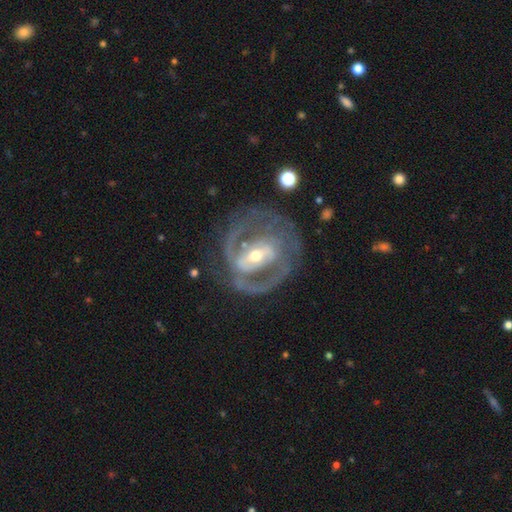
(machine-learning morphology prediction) smooth_or_featured: featured or disk (p=0.85) [alt: smooth p=0.09]
disk_edge_on: no (p=0.95) [alt: yes p=0.05]
bar: strong (p=0.51) [alt: weak p=0.31]
has_spiral_arms: yes (p=0.78) [alt: no p=0.22]
spiral_winding: tight (p=0.47) [alt: medium p=0.39]
spiral_arm_count: 2 (p=0.60) [alt: can't tell p=0.19]
bulge_size: moderate (p=0.48) [alt: small p=0.46]
merging: none (p=0.64) [alt: major disturbance p=0.17]